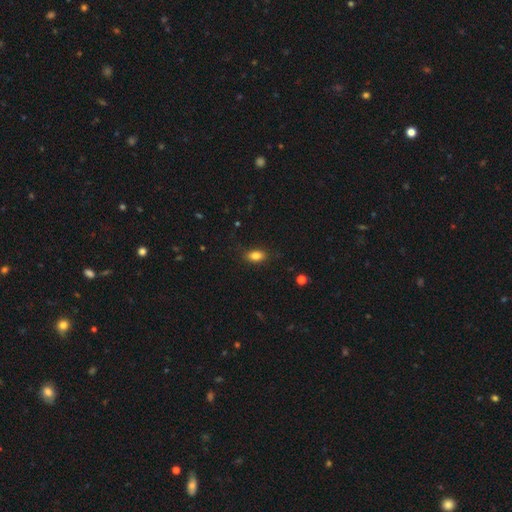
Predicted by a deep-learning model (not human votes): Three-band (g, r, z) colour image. It shows a smooth galaxy with no disk features (84%) that is in between round and cigar-shaped (88%). Merging: none (84%).